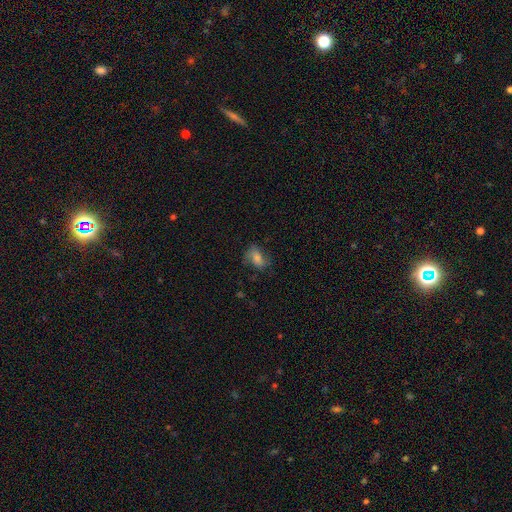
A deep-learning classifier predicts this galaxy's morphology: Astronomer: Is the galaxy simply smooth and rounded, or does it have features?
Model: smooth — 54% (runner-up: featured or disk, 29%).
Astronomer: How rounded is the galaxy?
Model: in between — 76%.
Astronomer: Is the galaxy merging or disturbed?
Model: none — 67%.